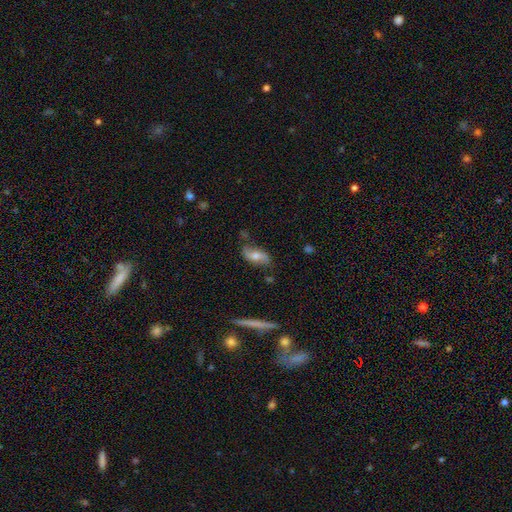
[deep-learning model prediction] Q: Smooth or featured?
A: smooth (50%); runner-up: featured or disk (42%)
Q: How rounded?
A: in between (84%); runner-up: cigar-shaped (12%)
Q: Merging?
A: none (70%); runner-up: minor disturbance (21%)